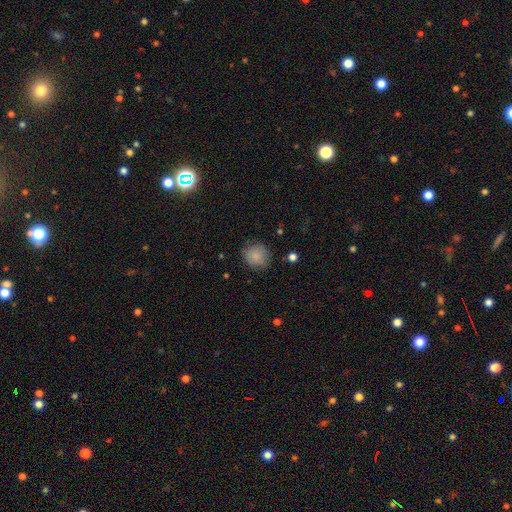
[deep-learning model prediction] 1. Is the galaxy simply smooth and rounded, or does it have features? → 85% smooth, 8% star or artifact, 7% featured or disk.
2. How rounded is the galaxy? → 87% round, 12% in between, 1% cigar-shaped.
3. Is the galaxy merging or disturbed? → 79% none, 16% minor disturbance, 4% major disturbance, 1% merger.